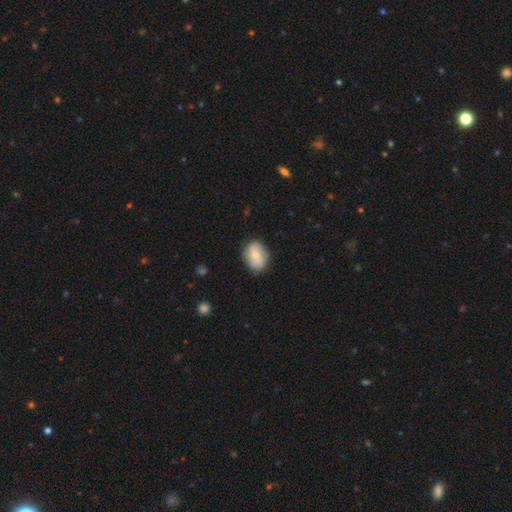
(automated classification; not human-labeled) Smooth or featured? Predicted: smooth (p=0.55). How rounded? Predicted: in between (p=0.61). Merging? Predicted: none (p=0.78).